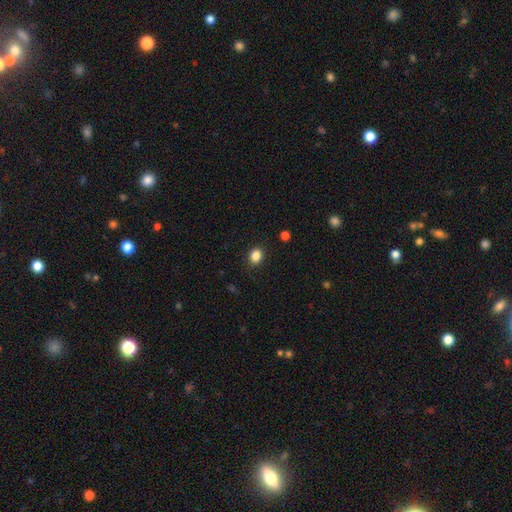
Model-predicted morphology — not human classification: A smooth galaxy with no disk features (85%) that is round (55%). Merging: none (88%).